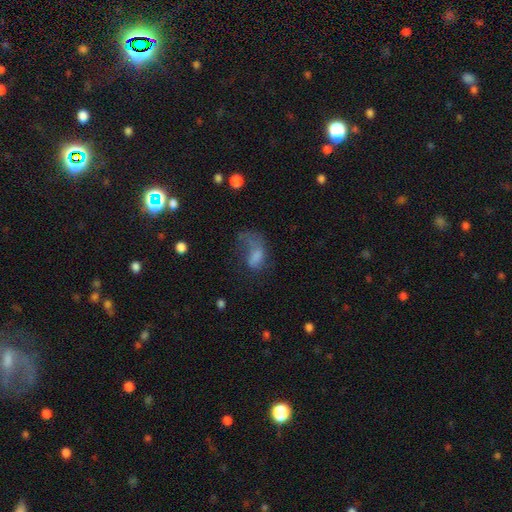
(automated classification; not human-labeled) Smooth or featured? Predicted: smooth (p=0.54). How rounded? Predicted: in between (p=0.85). Merging? Predicted: major disturbance (p=0.55).